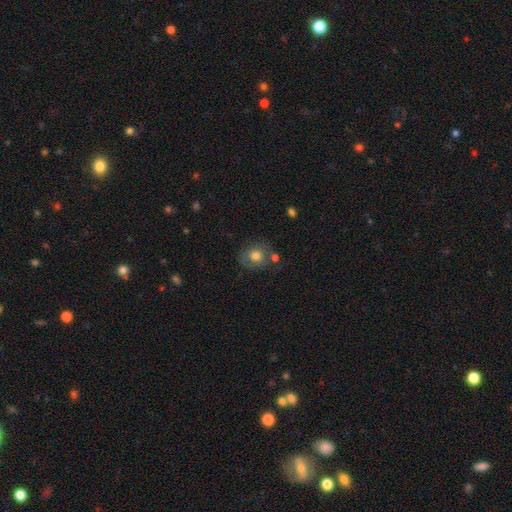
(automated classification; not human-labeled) smooth_or_featured: smooth (p=0.70) [alt: featured or disk p=0.21]
how_rounded: round (p=0.72) [alt: in between p=0.27]
merging: none (p=0.64) [alt: minor disturbance p=0.17]